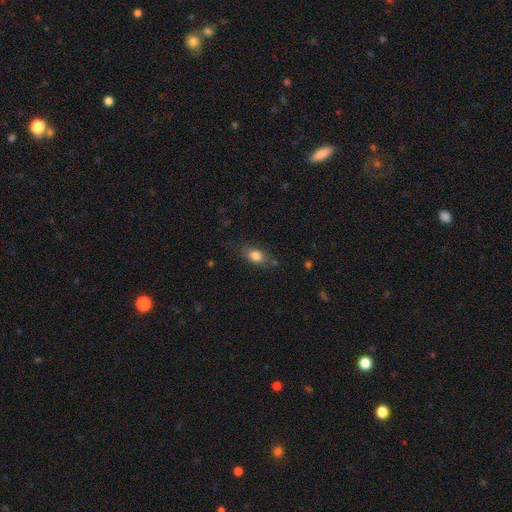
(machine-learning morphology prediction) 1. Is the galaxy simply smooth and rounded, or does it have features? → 80% smooth, 12% featured or disk, 9% star or artifact.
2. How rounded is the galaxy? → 80% in between, 12% round, 8% cigar-shaped.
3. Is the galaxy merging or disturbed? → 73% none, 19% minor disturbance, 5% major disturbance, 3% merger.